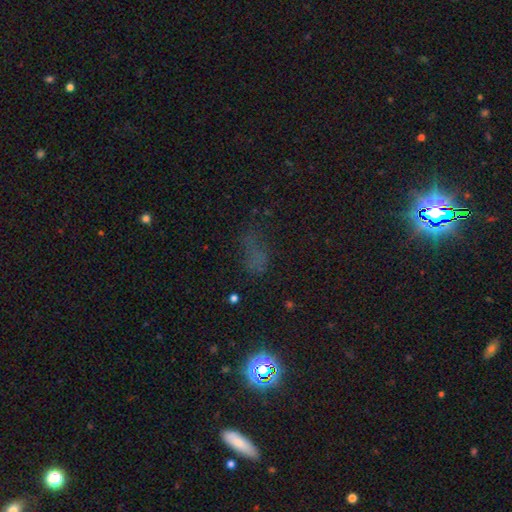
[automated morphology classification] The model was most divided on "smooth or featured": star or artifact: 47%, smooth: 37%, featured or disk: 16%.